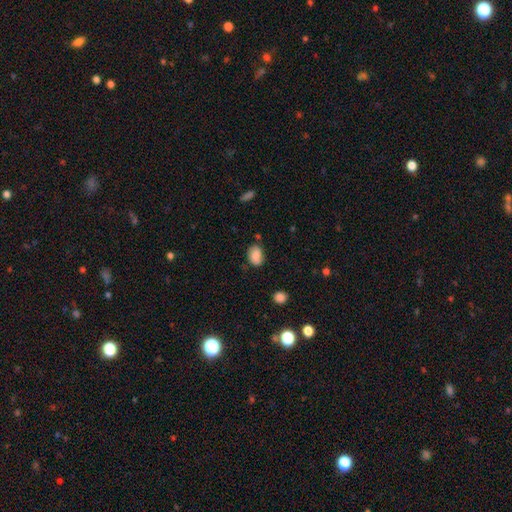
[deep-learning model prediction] This appears to be a smooth galaxy with no disk features (84%) that is in between round and cigar-shaped (82%). Merging: none (71%).